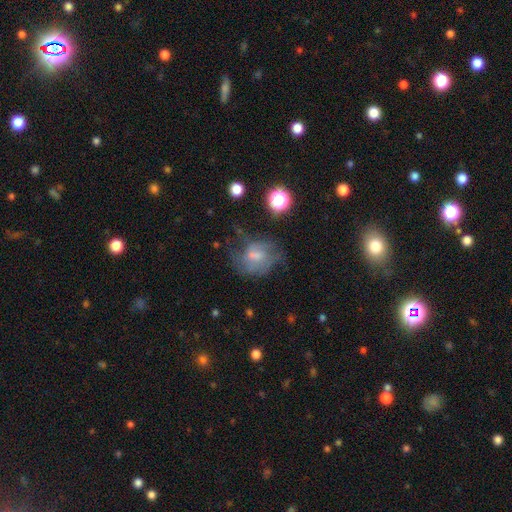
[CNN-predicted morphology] A smooth galaxy with no disk features (44%). Merging: none (37%).